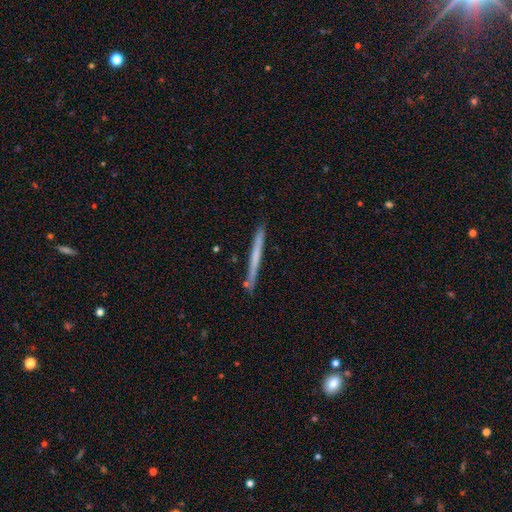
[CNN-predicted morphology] smooth_or_featured: smooth (p=0.53) [alt: featured or disk p=0.41]
how_rounded: cigar-shaped (p=0.97) [alt: in between p=0.02]
merging: none (p=0.87) [alt: minor disturbance p=0.09]